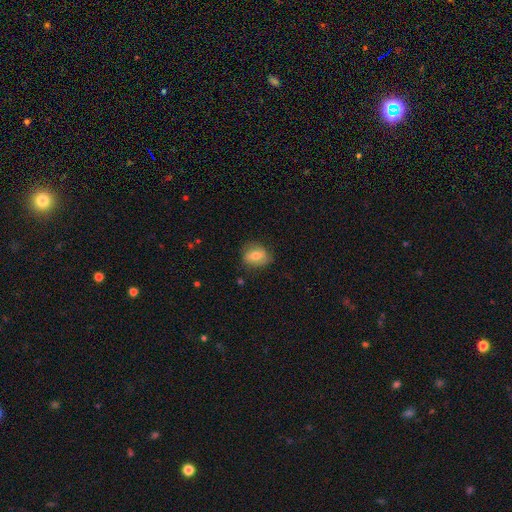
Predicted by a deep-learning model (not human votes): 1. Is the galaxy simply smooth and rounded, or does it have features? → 65% smooth, 27% featured or disk, 8% star or artifact.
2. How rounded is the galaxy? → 52% round, 47% in between, 1% cigar-shaped.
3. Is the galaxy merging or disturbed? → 71% none, 22% minor disturbance, 6% major disturbance, 1% merger.